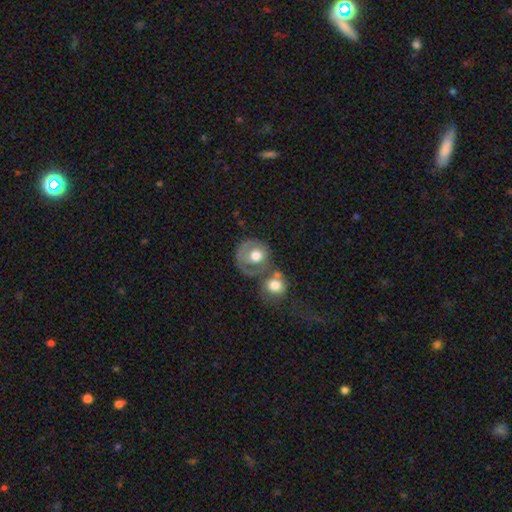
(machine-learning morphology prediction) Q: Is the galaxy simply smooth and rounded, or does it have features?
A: smooth — 54%.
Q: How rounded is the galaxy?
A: round — 81%.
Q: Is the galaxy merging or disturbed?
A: none — 36%, tied with merger.